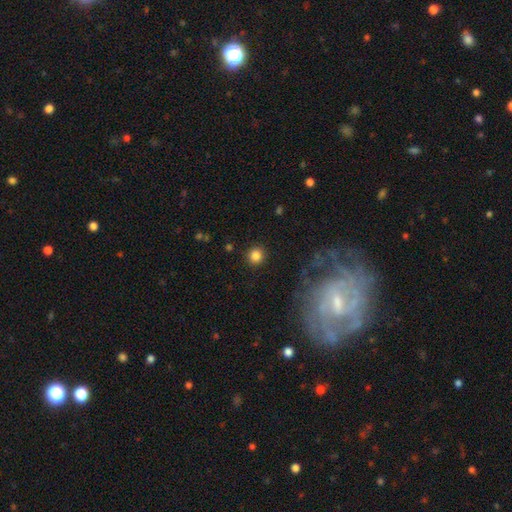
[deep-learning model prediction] A smooth galaxy with no disk features (83%) that is round (93%).

Vote fractions:
- Smooth or featured? smooth: 83% / star or artifact: 12% / featured or disk: 5%
- How rounded? round: 93% / in between: 6% / cigar-shaped: 1%
- Merging? none: 91% / minor disturbance: 5% / major disturbance: 2% / merger: 1%